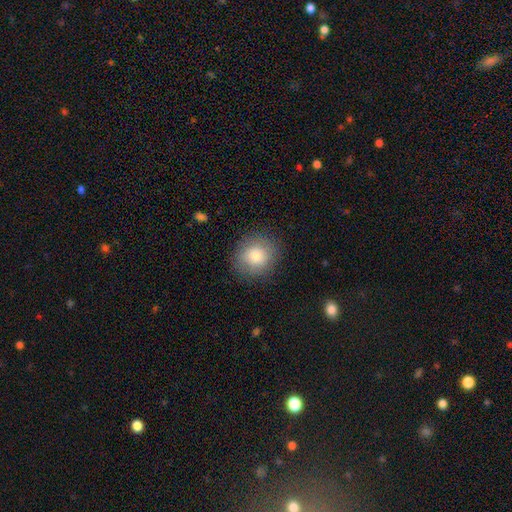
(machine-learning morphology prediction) Smooth or featured: smooth — 82% (featured or disk — 9%)
How rounded: round — 81% (in between — 18%)
Merging: none — 87% (minor disturbance — 9%)